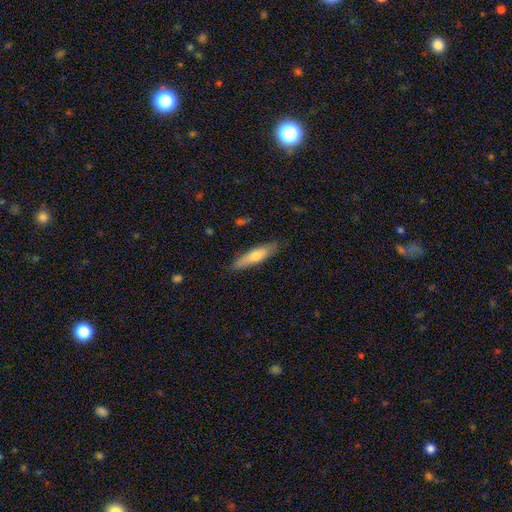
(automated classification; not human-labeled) A smooth galaxy with no disk features (61%) that is cigar-shaped (79%).

Vote fractions:
- Smooth or featured? smooth: 61% / featured or disk: 33% / star or artifact: 6%
- How rounded? cigar-shaped: 79% / in between: 20% / round: 2%
- Merging? none: 86% / minor disturbance: 11% / major disturbance: 2% / merger: 1%